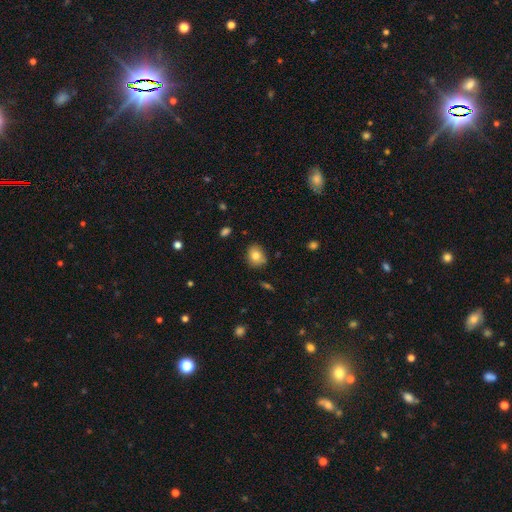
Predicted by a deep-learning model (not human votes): smooth_or_featured: smooth (p=0.80) [alt: featured or disk p=0.10]
how_rounded: round (p=0.54) [alt: in between p=0.45]
merging: none (p=0.80) [alt: minor disturbance p=0.15]